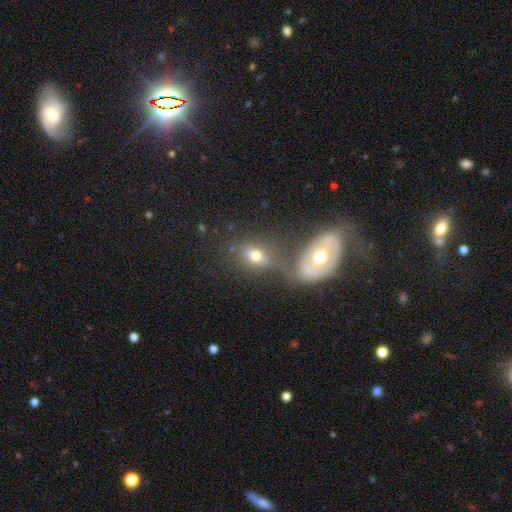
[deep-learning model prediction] A smooth galaxy with no disk features (60%) that is in between round and cigar-shaped (68%). Merging: merger (40%, tied with none).